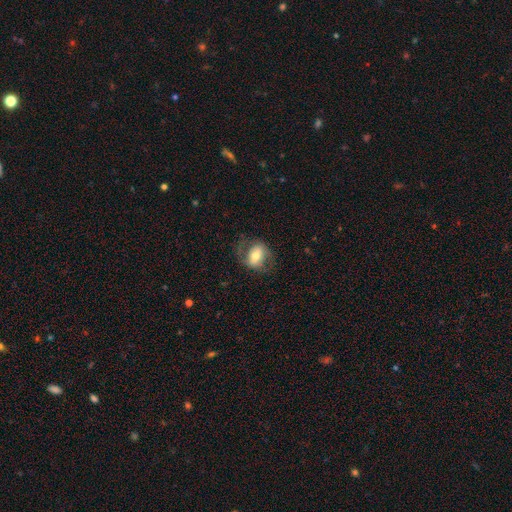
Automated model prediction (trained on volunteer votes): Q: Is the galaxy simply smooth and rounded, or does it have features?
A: smooth — 48%.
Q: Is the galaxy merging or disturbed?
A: none — 67%.